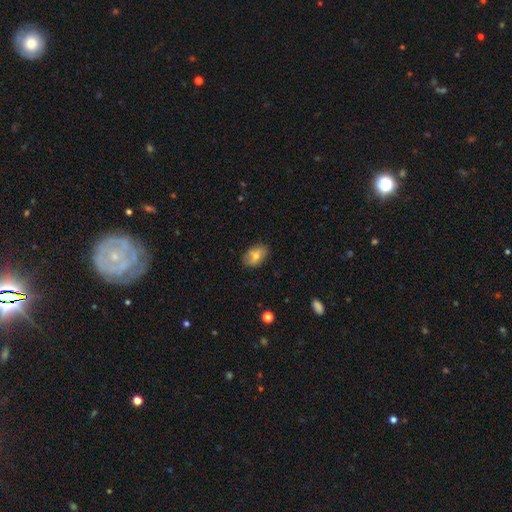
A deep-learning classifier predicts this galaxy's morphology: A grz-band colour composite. It shows a smooth galaxy with no disk features (67%) that is in between round and cigar-shaped (86%). Merging: none (79%).